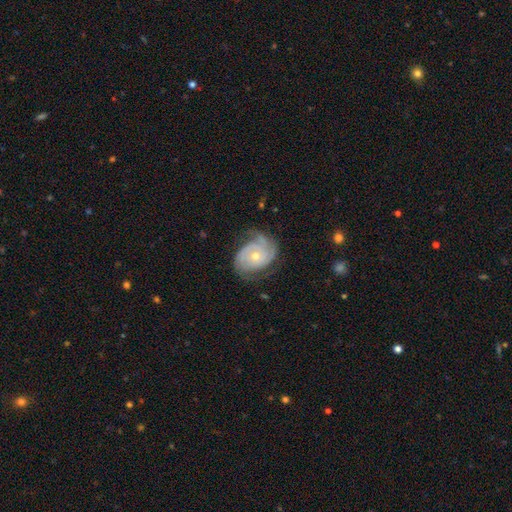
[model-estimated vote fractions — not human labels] Overall: featured or disk (85%). Edge-on disk: no (97%). Bar: no (78%). Spiral arms: yes (96%). Spiral arm count: 2 (42%; 3 25%). Spiral winding: tight (59%; medium 32%). Bulge size: moderate (51%; small 46%). Merging: none (66%).